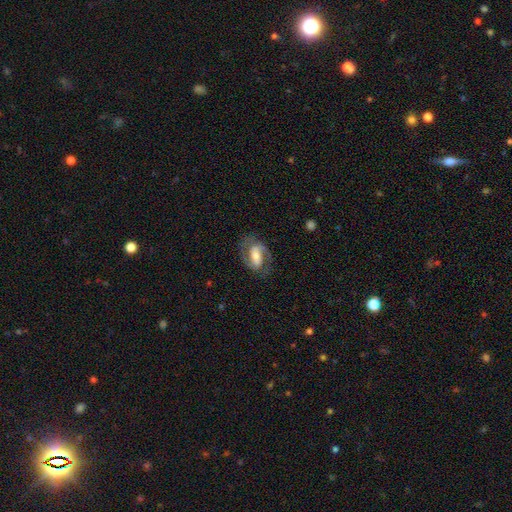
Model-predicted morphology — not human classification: Overall: featured or disk (80%). Edge-on disk: no (96%). Bar: strong (40%; weak 38%). Spiral arms: yes (92%). Spiral arm count: 2 (89%). Spiral winding: medium (53%; tight 29%). Bulge size: moderate (54%; small 31%). Merging: none (77%).